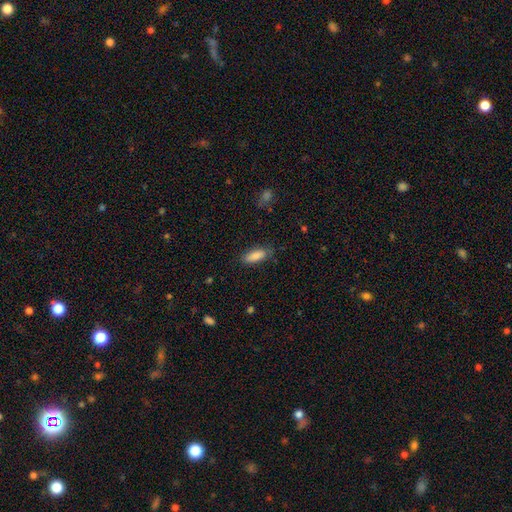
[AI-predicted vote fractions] This is clearly a smooth galaxy (86%). How rounded: likely in between (71%). Merging: likely none (78%).